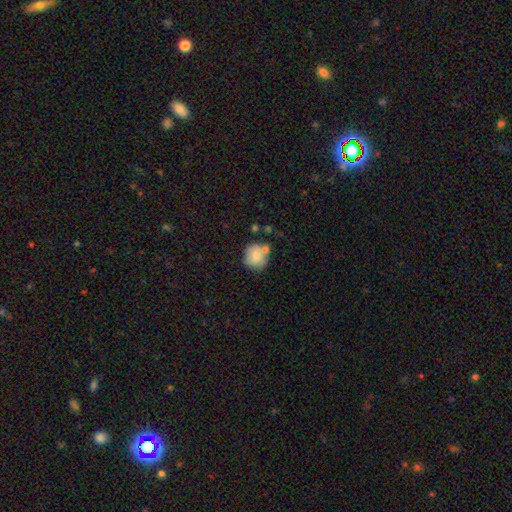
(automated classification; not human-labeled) Q: Smooth or featured?
A: smooth (76%); runner-up: featured or disk (16%)
Q: How rounded?
A: round (83%); runner-up: in between (16%)
Q: Merging?
A: none (54%); runner-up: merger (22%)